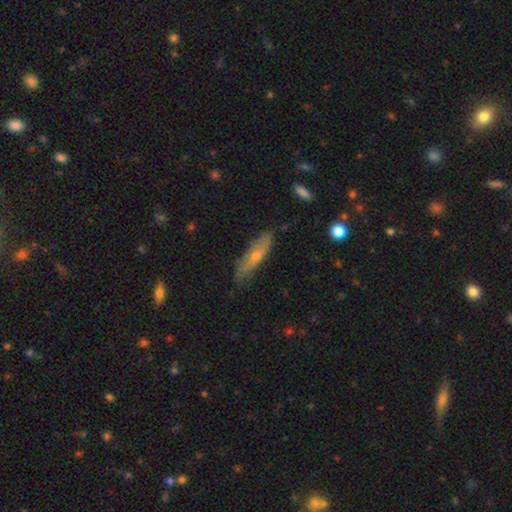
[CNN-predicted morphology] smooth-or-featured: smooth: 49% | featured or disk: 44% | star or artifact: 6%
  merging: none: 75% | minor disturbance: 20% | major disturbance: 3% | merger: 2%